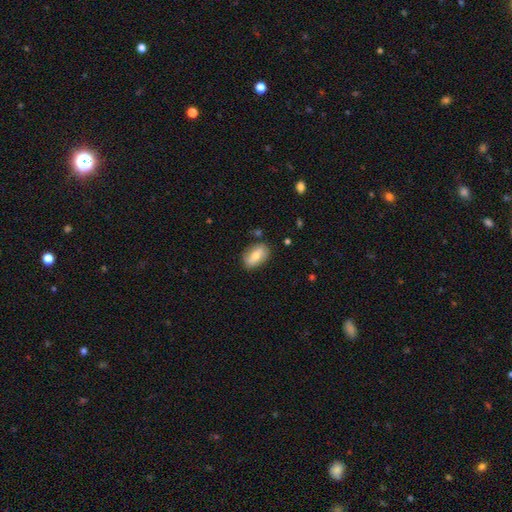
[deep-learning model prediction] This appears to be a smooth galaxy with no disk features (64%) that is in between round and cigar-shaped (89%). Merging: none (80%).